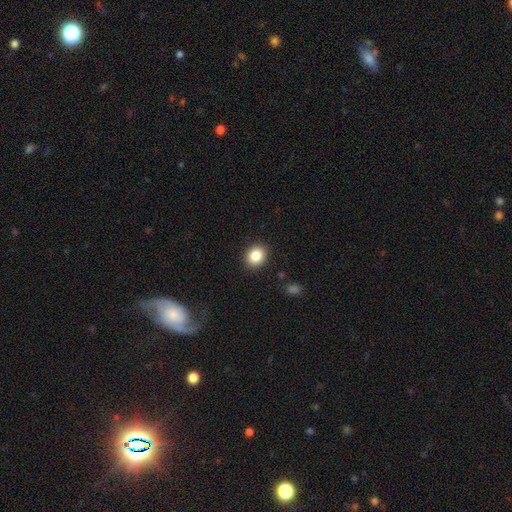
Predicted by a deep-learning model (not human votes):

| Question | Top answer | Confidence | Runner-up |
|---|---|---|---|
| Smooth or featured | smooth | 86% | star or artifact (9%) |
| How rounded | round | 66% | in between (33%) |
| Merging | none | 90% | minor disturbance (7%) |